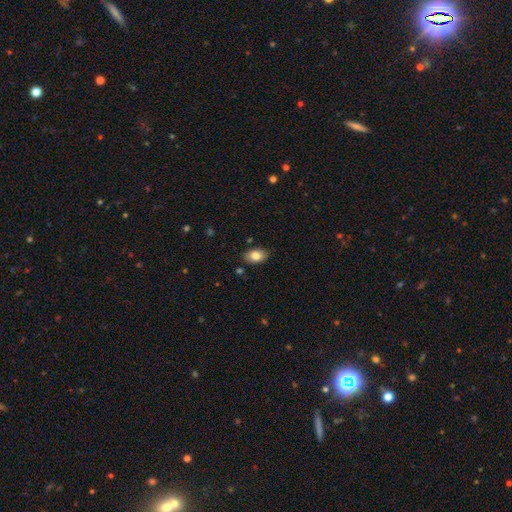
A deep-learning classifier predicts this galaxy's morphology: This appears to be a smooth galaxy with no disk features (84%) that is in between round and cigar-shaped (90%). Merging: none (85%).